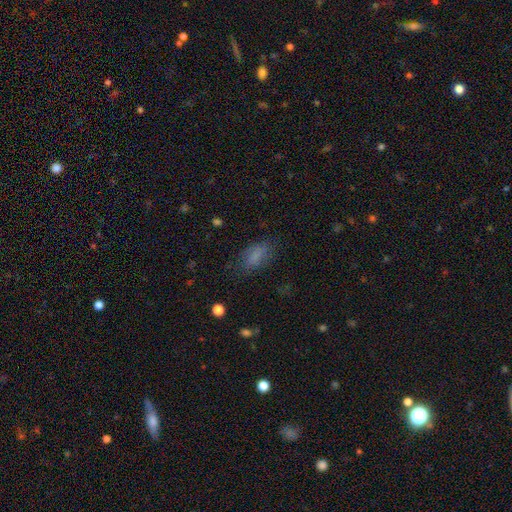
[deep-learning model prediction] This is likely a smooth galaxy (78%). How rounded: clearly in between (84%). Merging: likely none (72%).